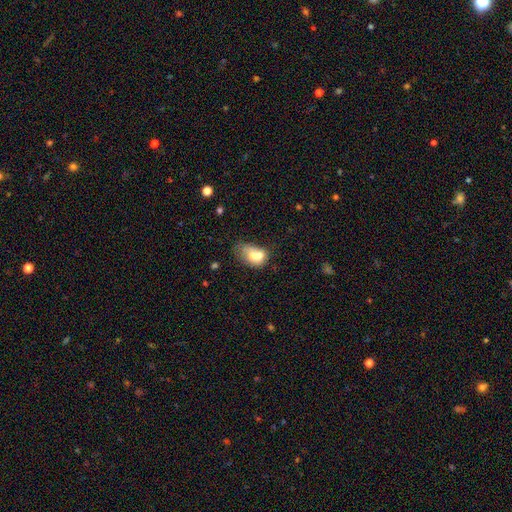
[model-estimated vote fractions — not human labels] This appears to be a smooth galaxy with no disk features (65%) that is in between round and cigar-shaped (71%). Merging: merger (57%).